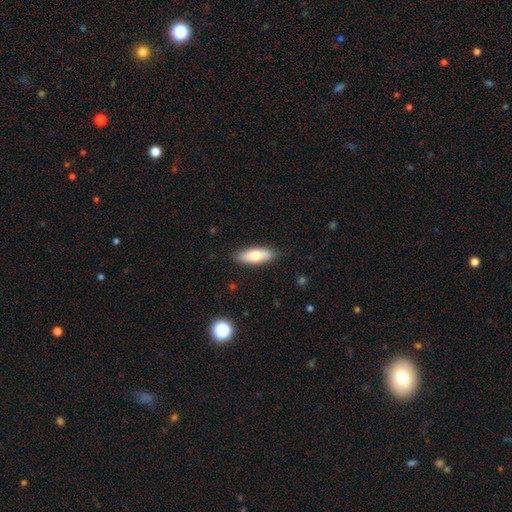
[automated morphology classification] Smooth or featured: smooth — 70% (featured or disk — 23%)
How rounded: in between — 61% (cigar-shaped — 37%)
Merging: none — 86% (minor disturbance — 10%)